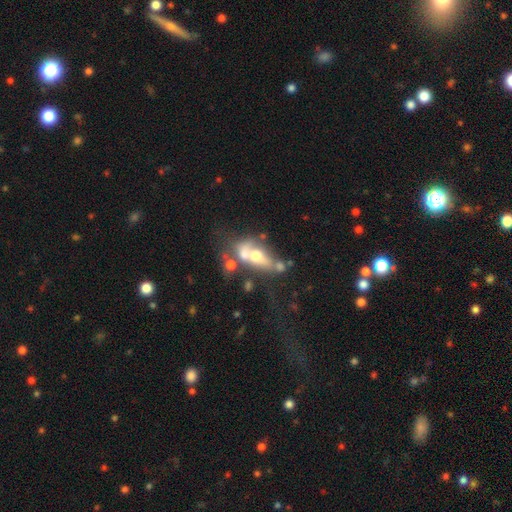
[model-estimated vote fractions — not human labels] This is possibly a smooth galaxy (46%). Merging: possibly merger (52%).